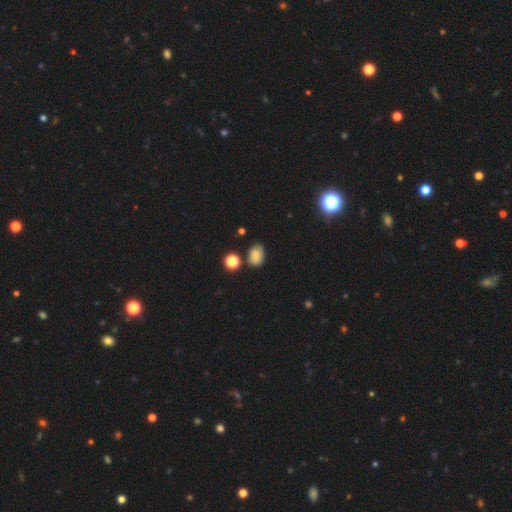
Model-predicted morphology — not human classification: smooth-or-featured: smooth: 83% | star or artifact: 11% | featured or disk: 6%
  how-rounded: in between: 77% | round: 21% | cigar-shaped: 1%
  merging: none: 74% | minor disturbance: 17% | merger: 6% | major disturbance: 4%